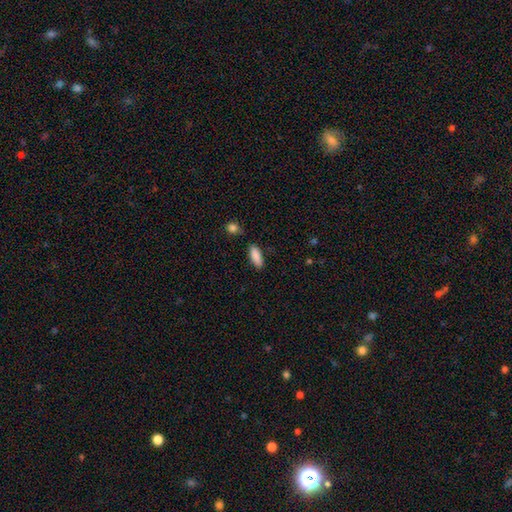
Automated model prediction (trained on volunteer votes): Smooth or featured? smooth (88%)
How rounded? in between (67%)
Merging? none (81%)